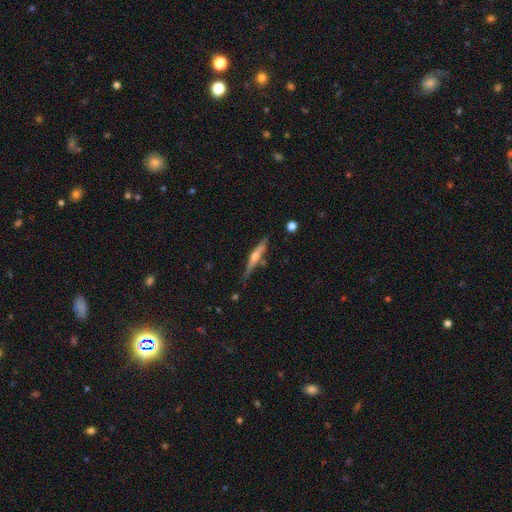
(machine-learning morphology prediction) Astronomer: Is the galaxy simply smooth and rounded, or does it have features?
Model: featured or disk — 74%.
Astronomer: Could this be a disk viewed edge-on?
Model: yes — 97%.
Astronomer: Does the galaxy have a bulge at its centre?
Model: rounded — 89%.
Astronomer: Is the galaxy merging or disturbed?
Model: none — 78%.